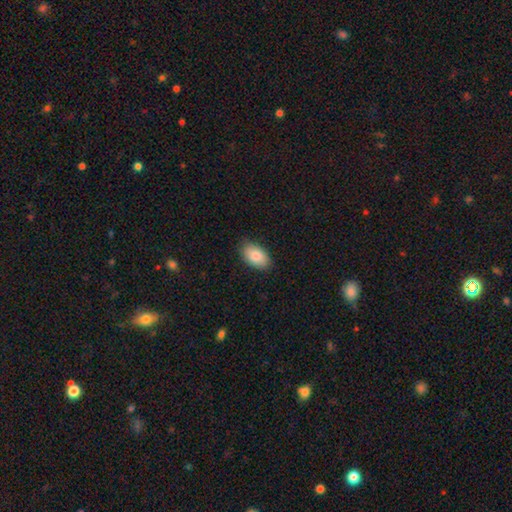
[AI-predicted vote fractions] Overall: smooth (83%). How rounded: in between (93%). Merging: none (85%).